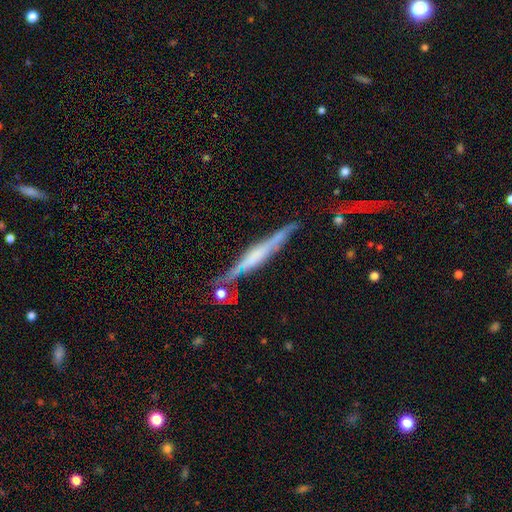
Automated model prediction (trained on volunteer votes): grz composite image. It shows a featured or disk galaxy (67%) viewed edge-on (95%) with a boxy central bulge (40%). Merging: none (70%).